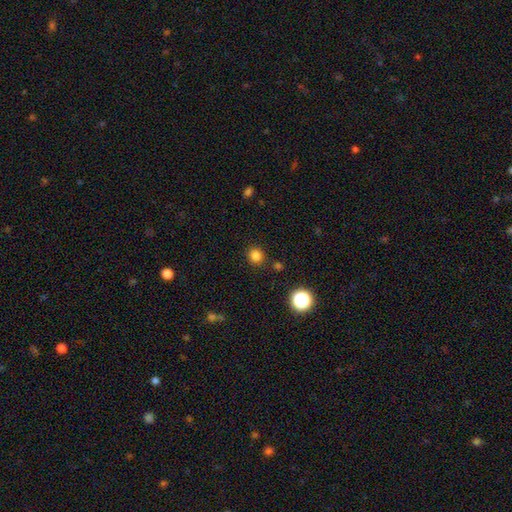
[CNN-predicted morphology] This is clearly a smooth galaxy (81%). How rounded: clearly round (89%). Merging: clearly none (87%).